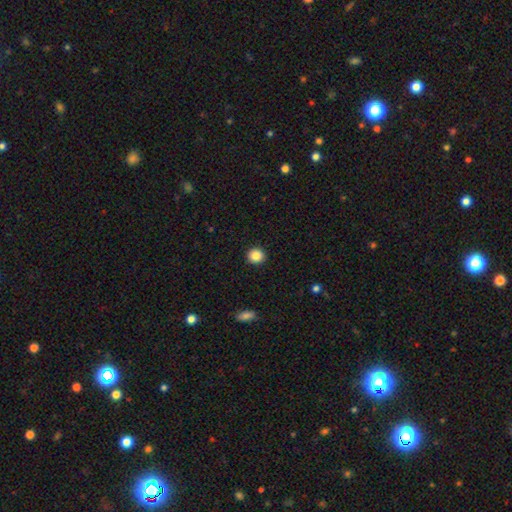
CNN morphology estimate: type=smooth (85%); roundness=round (89%); merging=none (92%).